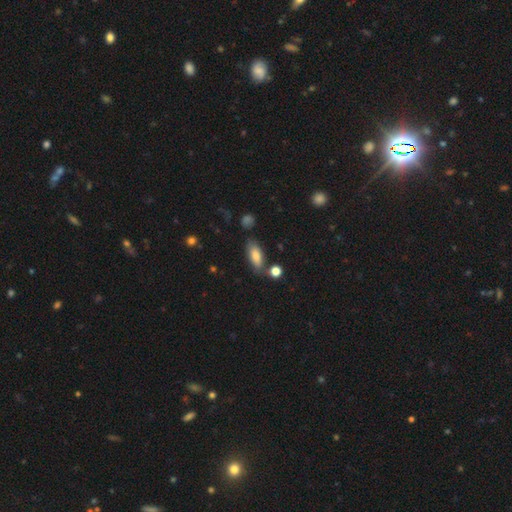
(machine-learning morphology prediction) Smooth or featured? Predicted: smooth (p=0.79). How rounded? Predicted: in between (p=0.78). Merging? Predicted: none (p=0.73).